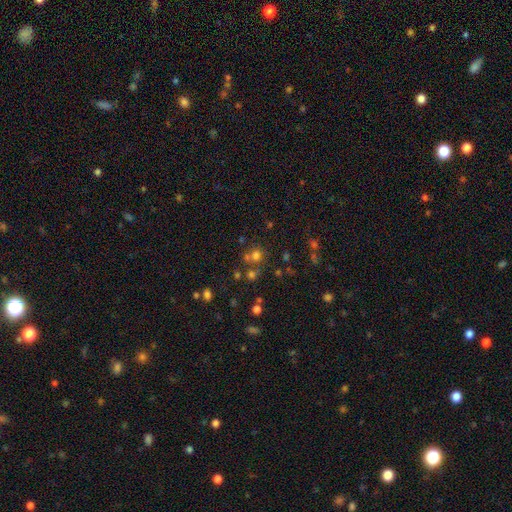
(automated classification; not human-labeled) This is likely a smooth galaxy (63%). How rounded: clearly round (84%). Merging: likely none (61%).